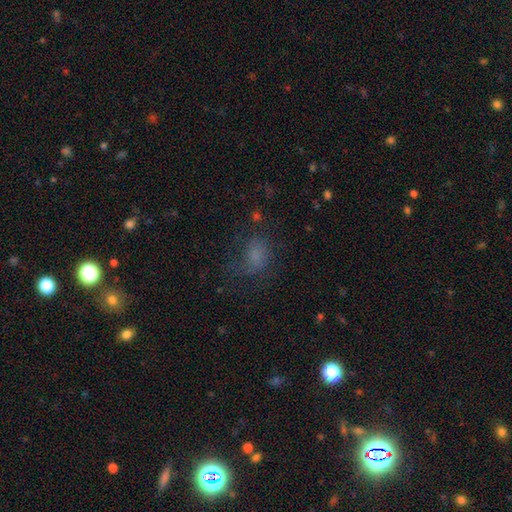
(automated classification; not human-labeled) This appears to be a smooth galaxy with no disk features (60%) that is in between round and cigar-shaped (62%). Merging: none (52%).